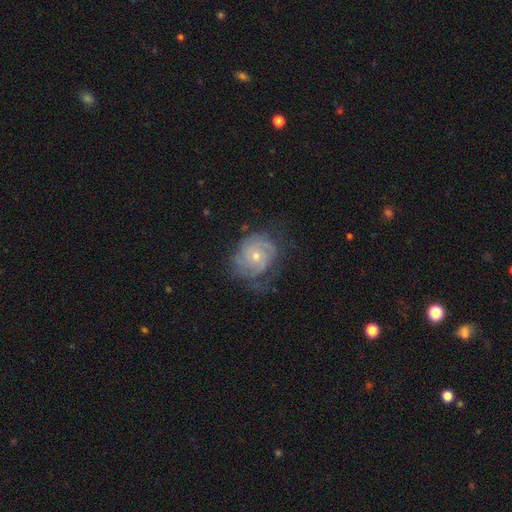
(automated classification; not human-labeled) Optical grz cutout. It shows a featured or disk galaxy (81%) with no bar (75%), tight (65%) spiral arms (94%) and a small central bulge (49%). Merging: none (61%).